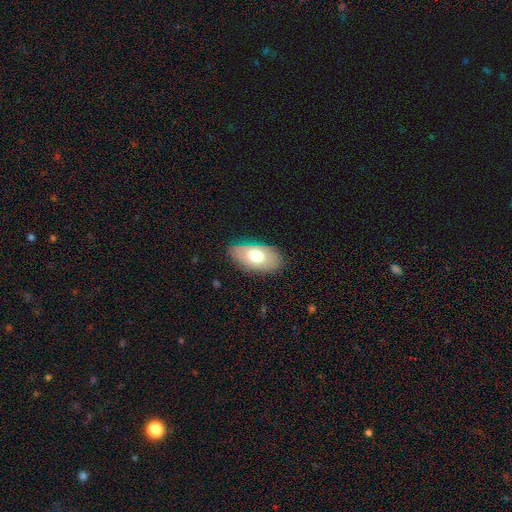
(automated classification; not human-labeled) Q: Smooth or featured?
A: smooth (61%); runner-up: featured or disk (32%)
Q: How rounded?
A: in between (92%); runner-up: round (5%)
Q: Merging?
A: none (80%); runner-up: minor disturbance (15%)